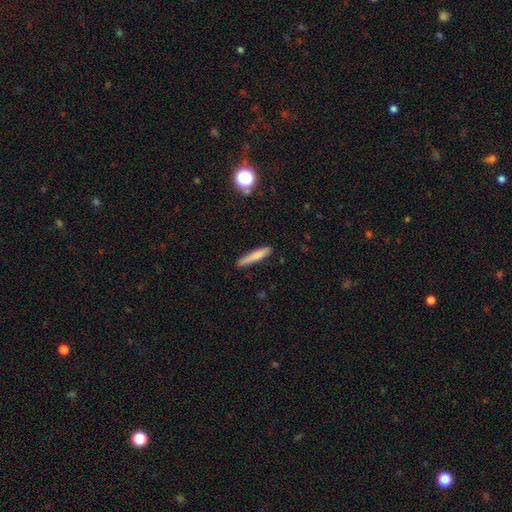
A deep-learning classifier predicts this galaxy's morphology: Smooth or featured?
  - smooth: 75% *
  - featured or disk: 18%
  - star or artifact: 8%
How rounded?
  - cigar-shaped: 91% *
  - in between: 7%
  - round: 2%
Merging?
  - none: 81% *
  - minor disturbance: 14%
  - major disturbance: 3%
  - merger: 2%